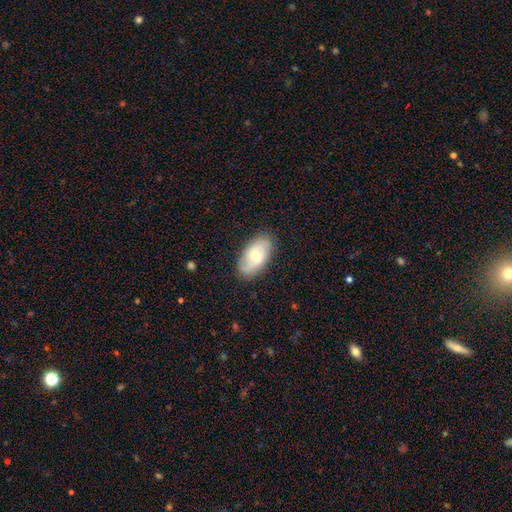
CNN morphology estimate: This is possibly a smooth galaxy (52%). How rounded: clearly in between (93%). Merging: clearly none (83%).